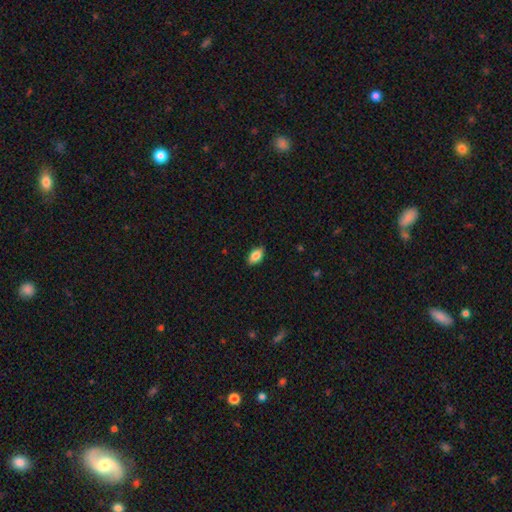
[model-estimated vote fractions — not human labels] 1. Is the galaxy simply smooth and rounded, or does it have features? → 85% smooth, 8% featured or disk, 7% star or artifact.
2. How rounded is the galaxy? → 92% in between, 5% round, 3% cigar-shaped.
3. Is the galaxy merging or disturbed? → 87% none, 10% minor disturbance, 2% major disturbance, 1% merger.